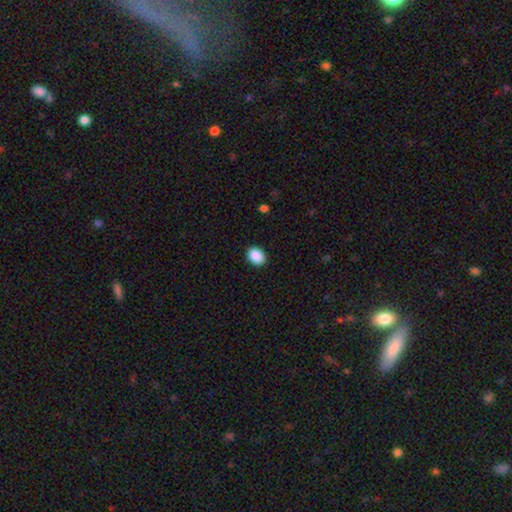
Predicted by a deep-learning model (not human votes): Morphology: type=smooth (89%); roundness=in between (68%); merging=none (89%).